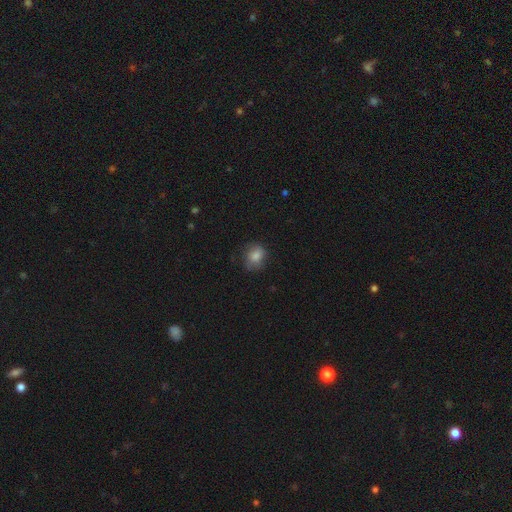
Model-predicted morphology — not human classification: This appears to be a smooth galaxy with no disk features (78%) that is round (61%). Merging: none (72%).